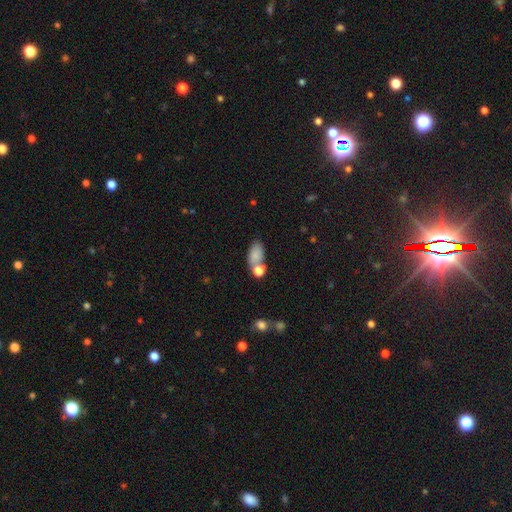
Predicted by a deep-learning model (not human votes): Overall: smooth (80%). How rounded: in between (89%). Merging: none (51%; merger 26%).